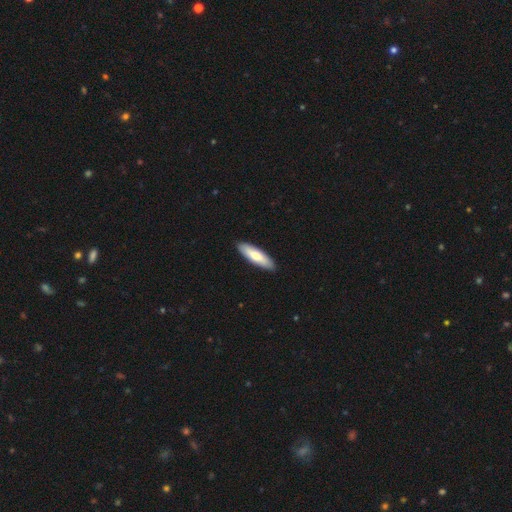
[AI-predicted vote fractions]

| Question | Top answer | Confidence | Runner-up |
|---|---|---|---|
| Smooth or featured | smooth | 72% | featured or disk (24%) |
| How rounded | cigar-shaped | 57% | in between (41%) |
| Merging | none | 91% | minor disturbance (7%) |